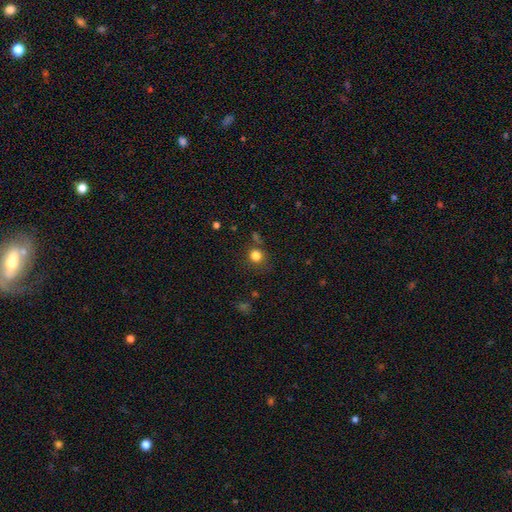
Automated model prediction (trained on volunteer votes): This appears to be a smooth galaxy with no disk features (81%) that is round (87%). Merging: none (73%).